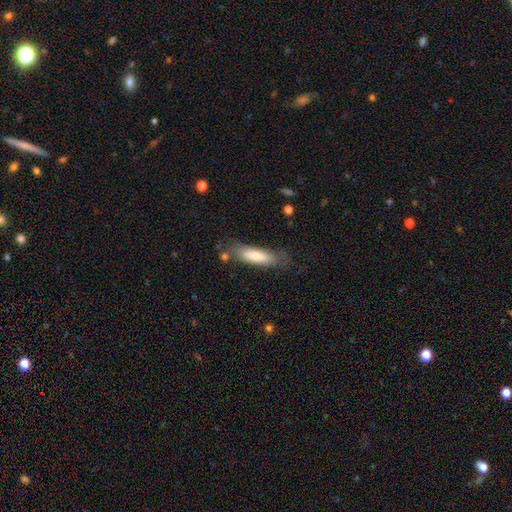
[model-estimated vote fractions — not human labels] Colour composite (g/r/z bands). It shows a smooth galaxy with no disk features (75%) that is cigar-shaped (60%). Merging: none (71%).